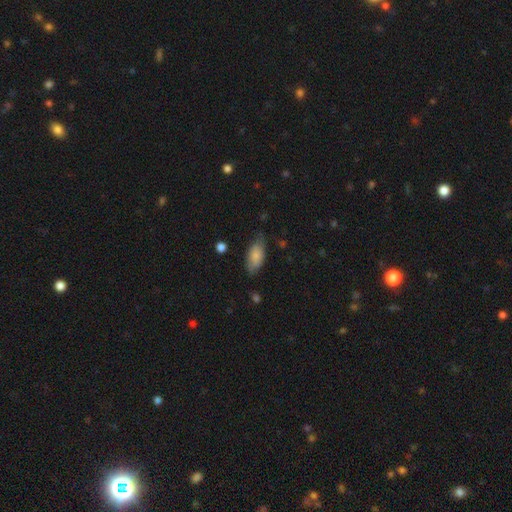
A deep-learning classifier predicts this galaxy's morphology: The model was most divided on "merging": none: 67%, minor disturbance: 26%, major disturbance: 5%, merger: 2%. More confident: how rounded — in between (91%); smooth or featured — smooth (81%).